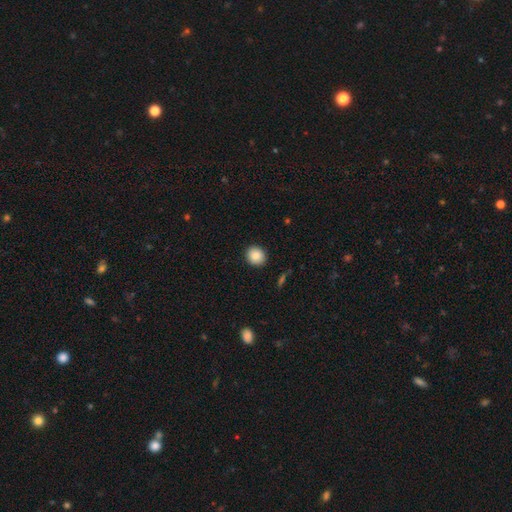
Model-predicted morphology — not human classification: Smooth or featured? smooth (86%)
How rounded? round (84%)
Merging? none (91%)